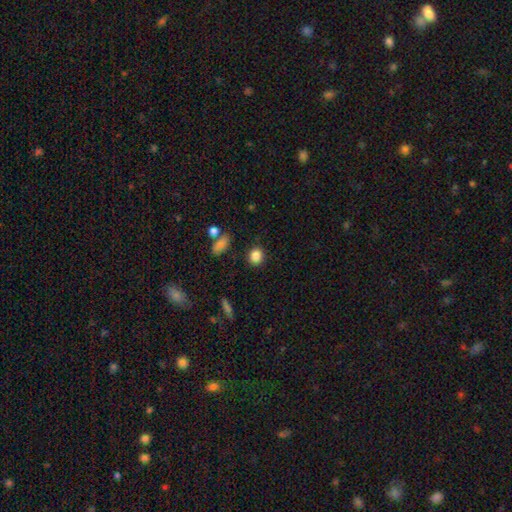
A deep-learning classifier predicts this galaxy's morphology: This appears to be a smooth galaxy with no disk features (86%) that is round (72%). Merging: none (86%).